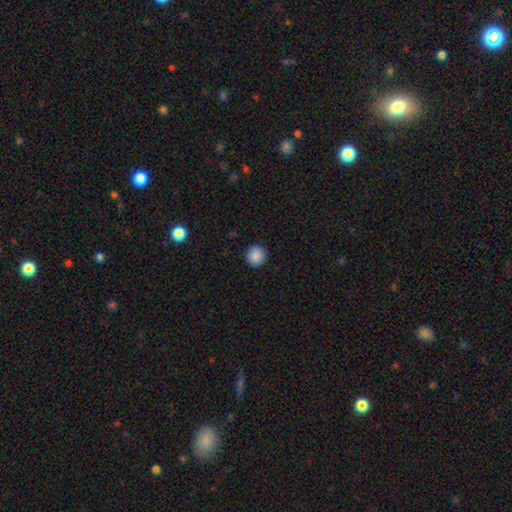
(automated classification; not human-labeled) Morphology: type=smooth (89%); roundness=round (90%); merging=none (91%).